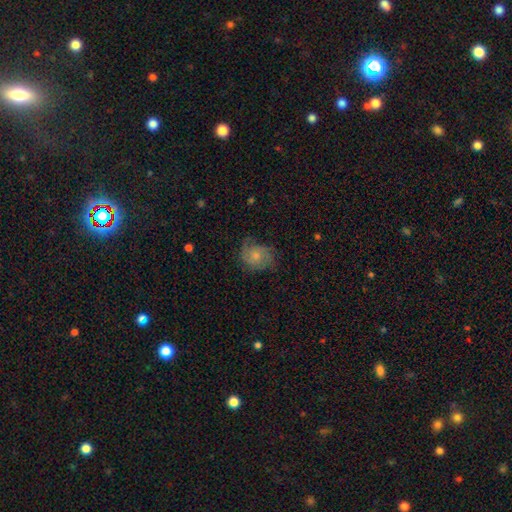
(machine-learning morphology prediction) smooth_or_featured: smooth (p=0.48) [alt: featured or disk p=0.44]
merging: none (p=0.57) [alt: minor disturbance p=0.28]